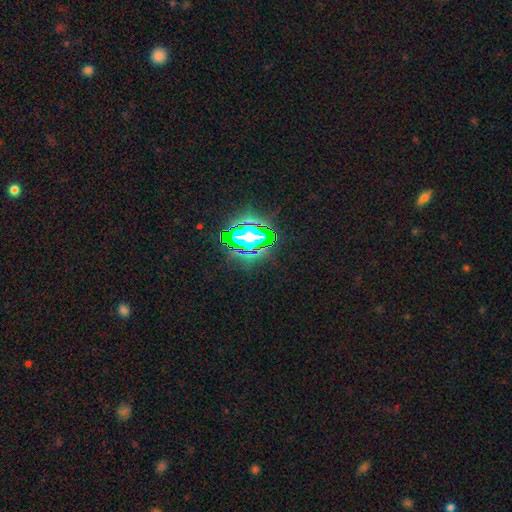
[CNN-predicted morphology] Overall: star or artifact (81%).